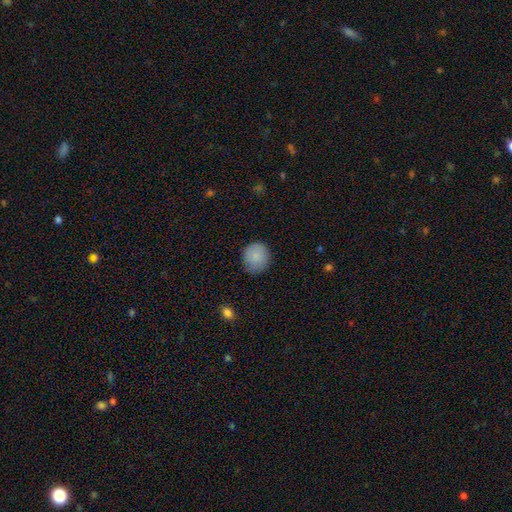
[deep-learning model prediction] smooth_or_featured: smooth (p=0.87) [alt: star or artifact p=0.08]
how_rounded: round (p=0.83) [alt: in between p=0.16]
merging: none (p=0.80) [alt: minor disturbance p=0.15]